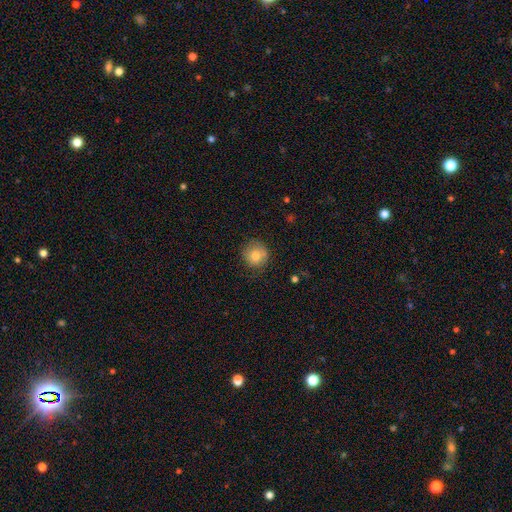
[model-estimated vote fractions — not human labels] Overall: smooth (77%). How rounded: round (92%). Merging: none (78%).